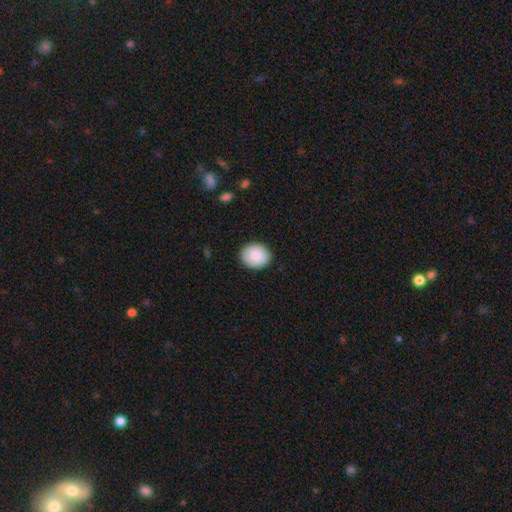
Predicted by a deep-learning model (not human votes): Smooth or featured: smooth — 88% (star or artifact — 6%)
How rounded: round — 61% (in between — 38%)
Merging: none — 89% (minor disturbance — 8%)